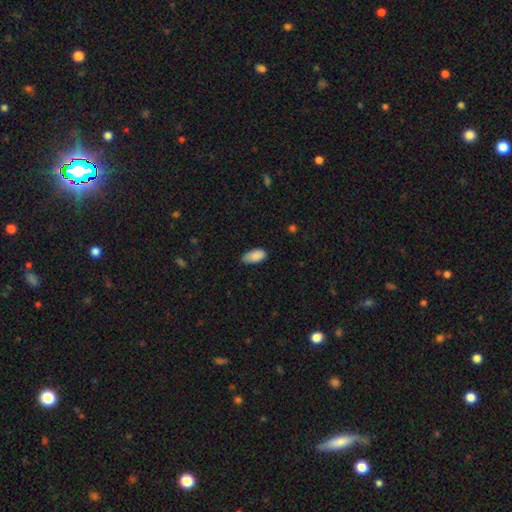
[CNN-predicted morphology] This appears to be a smooth galaxy with no disk features (88%) that is in between round and cigar-shaped (93%). Merging: none (66%).